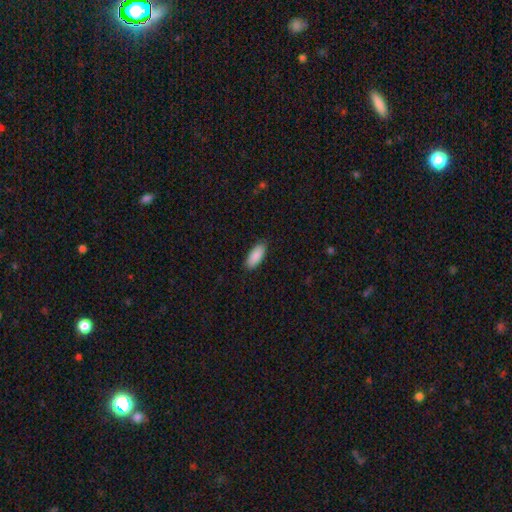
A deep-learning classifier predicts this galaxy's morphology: A smooth galaxy with no disk features (90%) that is in between round and cigar-shaped (86%). Merging: none (88%).